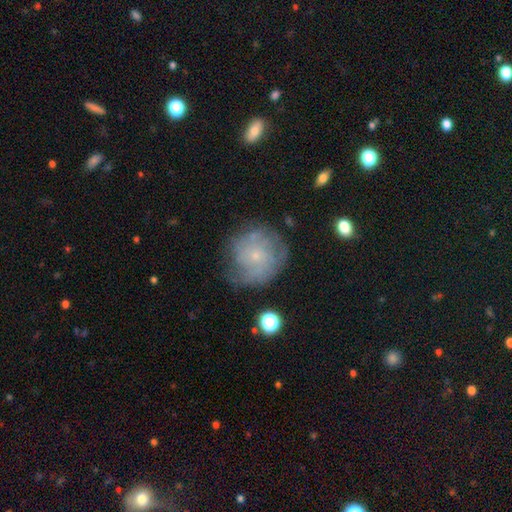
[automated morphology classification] Smooth or featured? Predicted: featured or disk (p=0.55). Edge-on disk? Predicted: no (p=0.97). Bar? Predicted: no (p=0.85). Spiral arms? Predicted: yes (p=0.75). Bulge size? Predicted: small (p=0.84). Merging? Predicted: none (p=0.65).